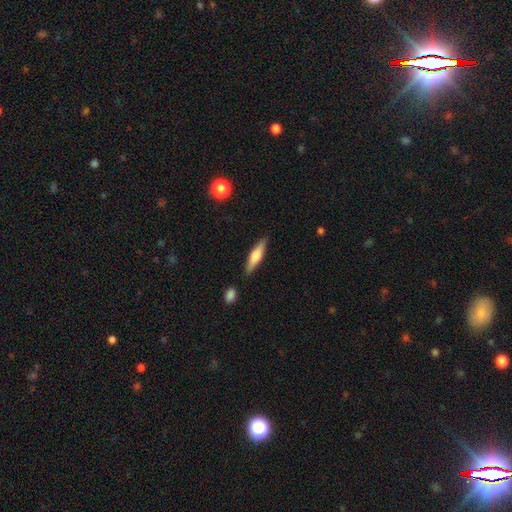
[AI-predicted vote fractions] The model was most divided on "smooth or featured": smooth: 57%, featured or disk: 37%, star or artifact: 6%. More confident: merging — none (85%); how rounded — cigar-shaped (71%).